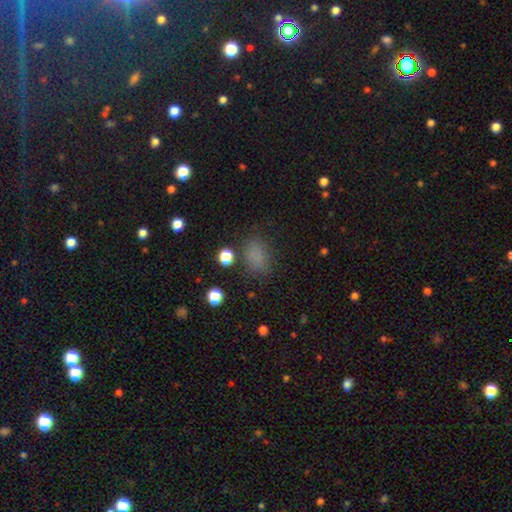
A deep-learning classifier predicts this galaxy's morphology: Overall: smooth (77%). How rounded: in between (69%; round 30%). Merging: none (76%).